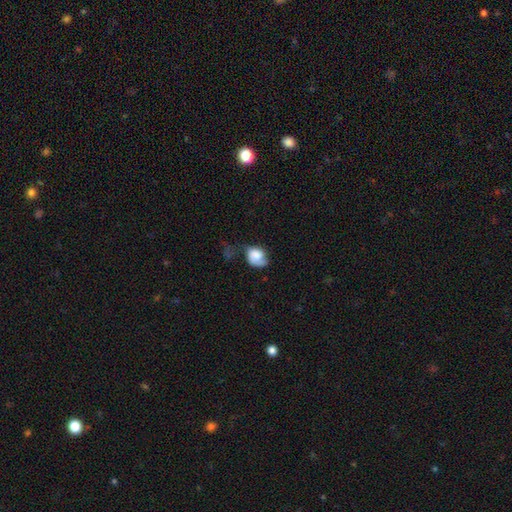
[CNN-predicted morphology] Smooth or featured?
  - smooth: 66% *
  - featured or disk: 26%
  - star or artifact: 8%
How rounded?
  - in between: 59% *
  - round: 40%
  - cigar-shaped: 1%
Merging?
  - major disturbance: 34% *
  - minor disturbance: 33%
  - none: 29%
  - merger: 5%